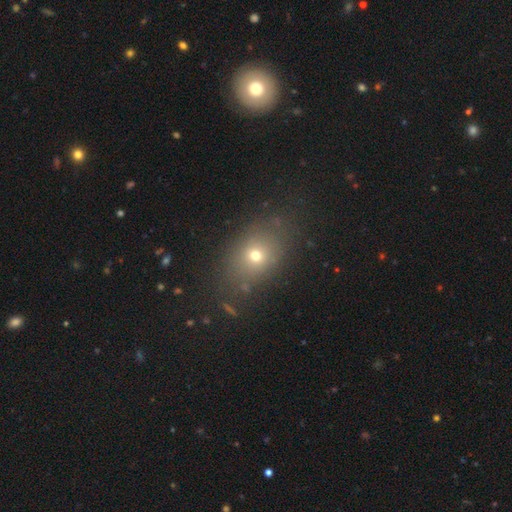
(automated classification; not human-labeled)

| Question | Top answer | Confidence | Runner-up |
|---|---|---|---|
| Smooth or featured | smooth | 66% | star or artifact (19%) |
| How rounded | in between | 56% | round (43%) |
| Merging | none | 78% | minor disturbance (13%) |